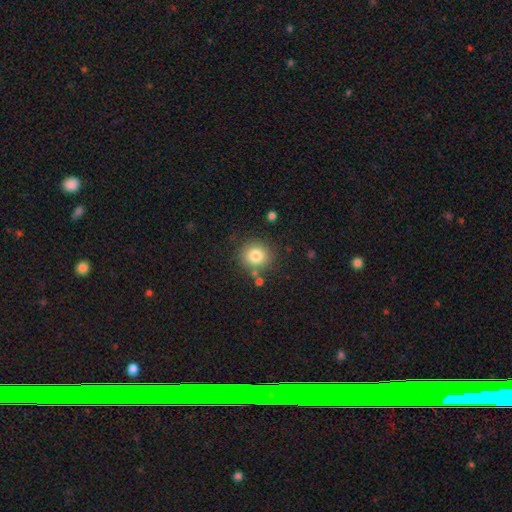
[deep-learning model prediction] Smooth or featured? smooth (81%)
How rounded? round (89%)
Merging? none (83%)